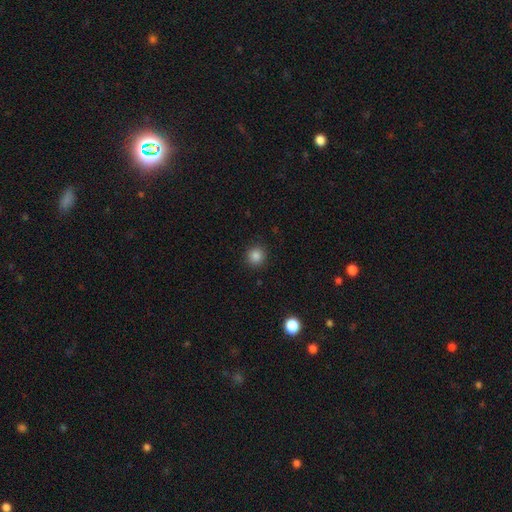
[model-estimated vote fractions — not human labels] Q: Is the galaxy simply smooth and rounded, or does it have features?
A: smooth — 85%.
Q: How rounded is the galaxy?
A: round — 93%.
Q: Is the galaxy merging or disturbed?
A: none — 91%.